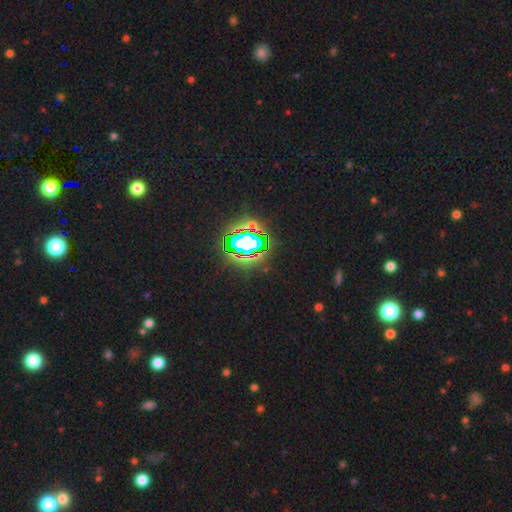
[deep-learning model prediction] star or artifact 82%, smooth 11%, featured or disk 7%.